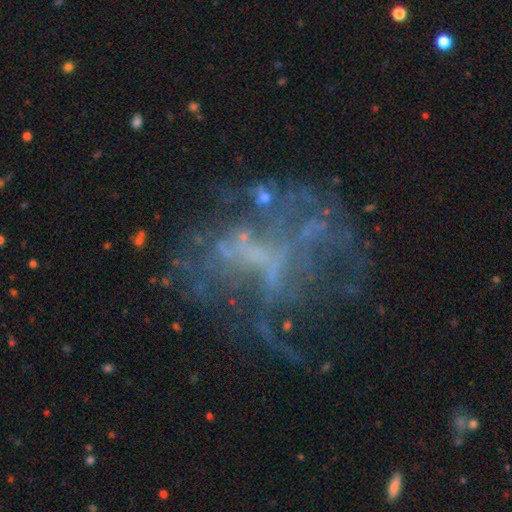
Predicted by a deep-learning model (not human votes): smooth-or-featured: featured or disk: 63% | star or artifact: 23% | smooth: 14%
  disk-edge-on: no: 97% | yes: 3%
    bar: no: 76% | weak: 17% | strong: 7%
    has-spiral-arms: no: 79% | yes: 21%
    bulge-size: none: 69% | small: 19% | moderate: 8% | large: 2% | dominant: 1%
  merging: none: 42% | major disturbance: 37% | minor disturbance: 14% | merger: 7%